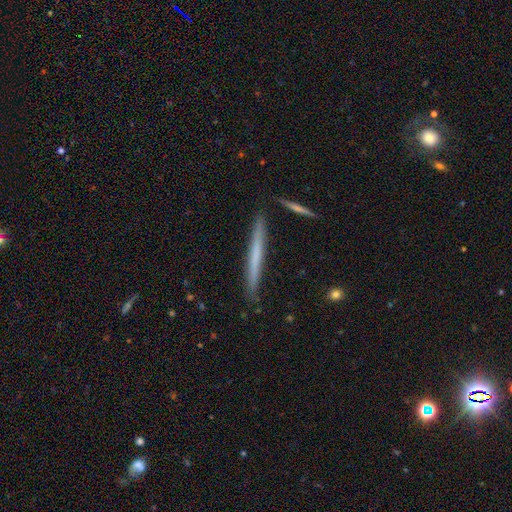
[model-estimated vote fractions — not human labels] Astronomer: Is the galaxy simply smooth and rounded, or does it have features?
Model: smooth — 54% (runner-up: featured or disk, 40%).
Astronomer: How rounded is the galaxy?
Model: cigar-shaped — 97%.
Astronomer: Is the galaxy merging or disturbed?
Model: none — 89%.